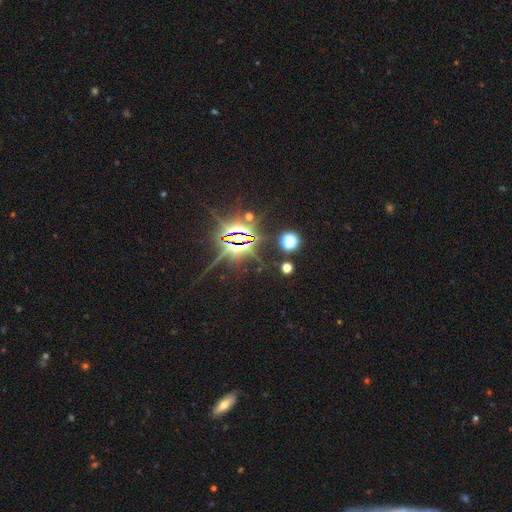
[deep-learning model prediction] Smooth or featured? star or artifact (85%)